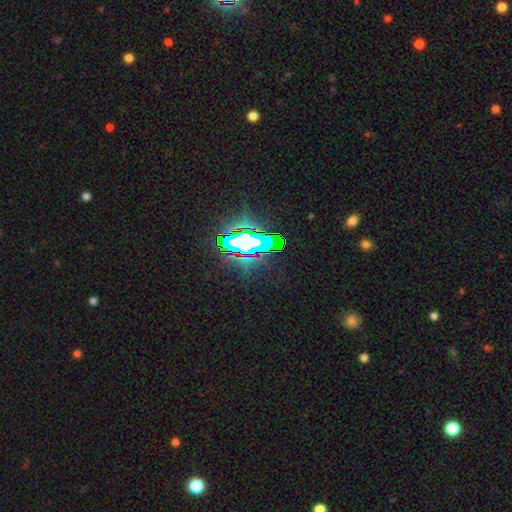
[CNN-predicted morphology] Q: Smooth or featured?
A: star or artifact (73%); runner-up: smooth (16%)